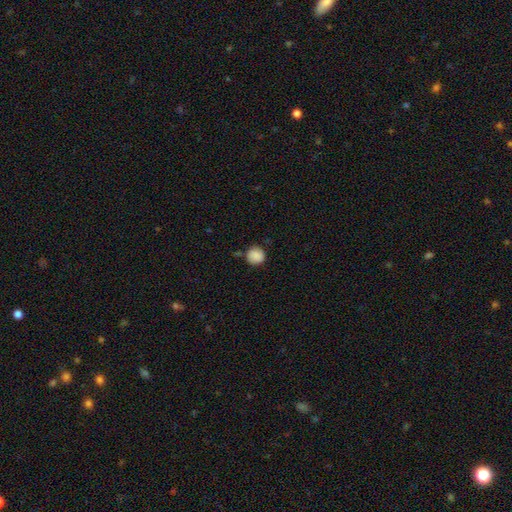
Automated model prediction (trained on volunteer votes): smooth 88%, star or artifact 8%, featured or disk 3%. Down the decision tree: how rounded — round (92%); merging — none (77%).